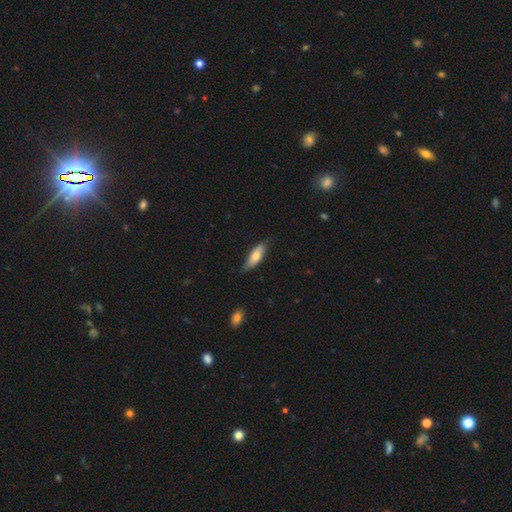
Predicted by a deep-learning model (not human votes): smooth_or_featured: smooth (p=0.70) [alt: featured or disk p=0.24]
how_rounded: in between (p=0.63) [alt: cigar-shaped p=0.35]
merging: none (p=0.70) [alt: minor disturbance p=0.25]